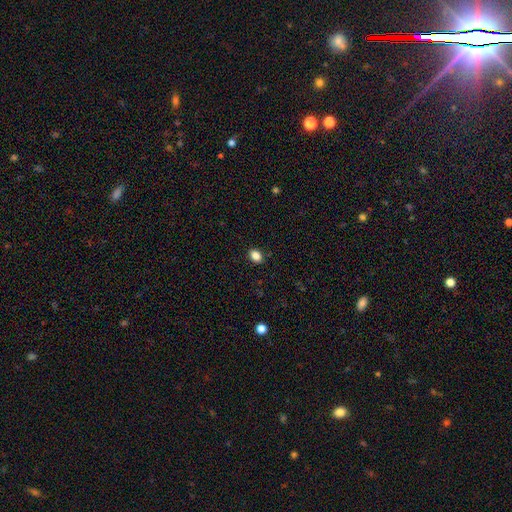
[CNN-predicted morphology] Smooth or featured?
  - smooth: 86% *
  - star or artifact: 10%
  - featured or disk: 4%
How rounded?
  - in between: 72% *
  - round: 26%
  - cigar-shaped: 1%
Merging?
  - none: 89% *
  - minor disturbance: 8%
  - major disturbance: 2%
  - merger: 1%